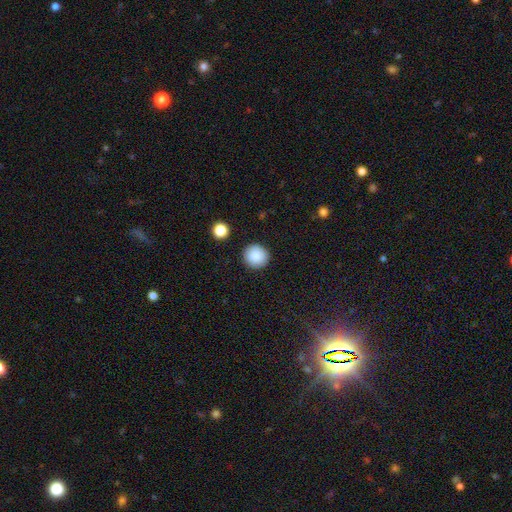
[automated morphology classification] Smooth or featured? smooth (88%)
How rounded? round (94%)
Merging? none (91%)